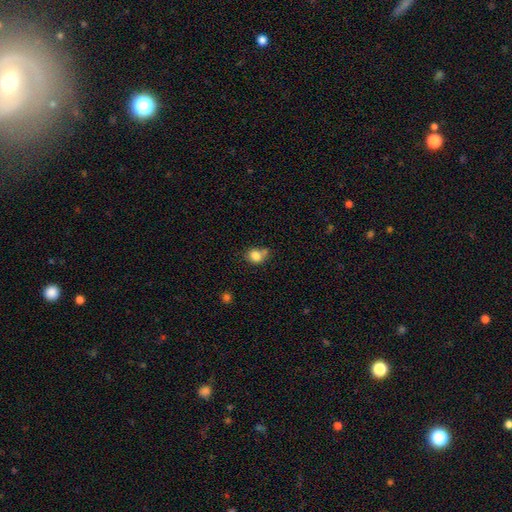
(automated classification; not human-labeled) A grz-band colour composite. It shows a smooth galaxy with no disk features (82%) that is round (68%). Merging: none (48%).